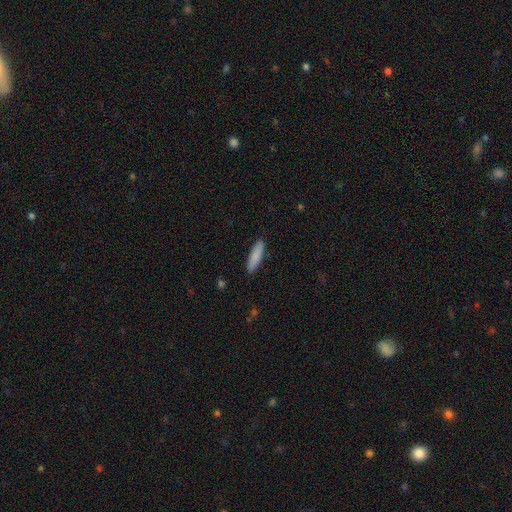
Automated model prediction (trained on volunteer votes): Smooth or featured? Predicted: smooth (p=0.86). How rounded? Predicted: cigar-shaped (p=0.73). Merging? Predicted: none (p=0.90).